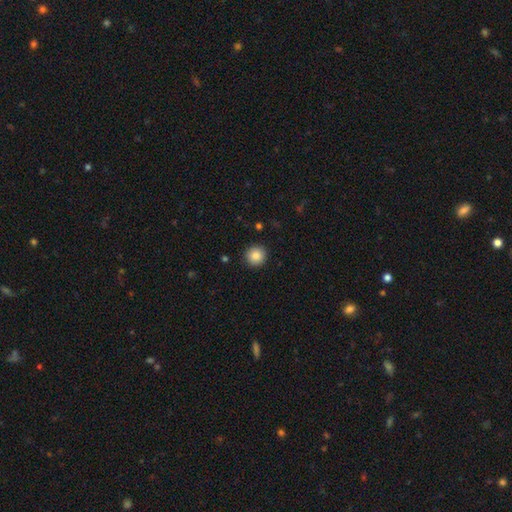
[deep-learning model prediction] A smooth galaxy with no disk features (87%) that is round (93%).

Vote fractions:
- Smooth or featured? smooth: 87% / star or artifact: 9% / featured or disk: 4%
- How rounded? round: 93% / in between: 6% / cigar-shaped: 1%
- Merging? none: 92% / minor disturbance: 6% / major disturbance: 2% / merger: 1%